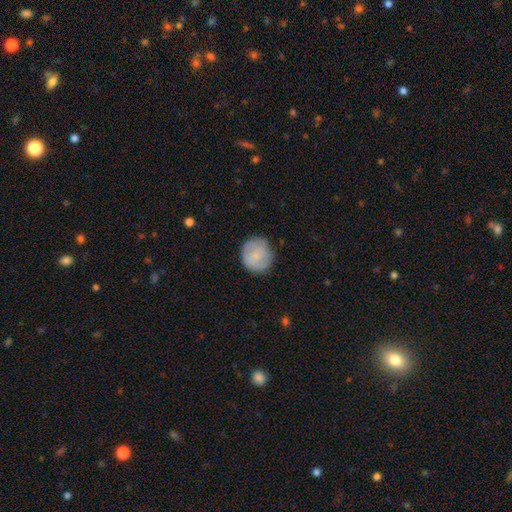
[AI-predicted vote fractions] Morphology: type=smooth (68%); roundness=round (91%); merging=none (82%).